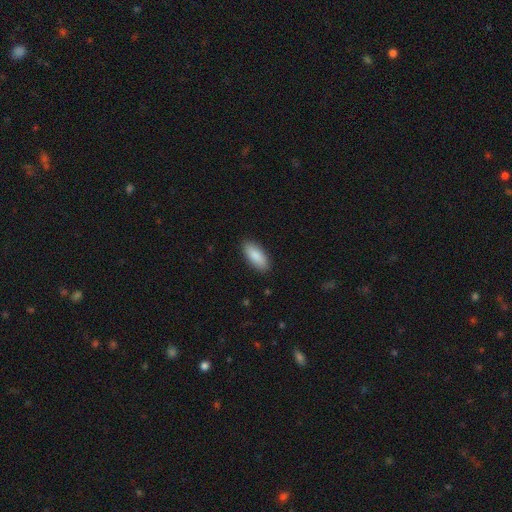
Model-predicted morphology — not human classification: This is clearly a smooth galaxy (88%). How rounded: clearly in between (82%). Merging: clearly none (89%).